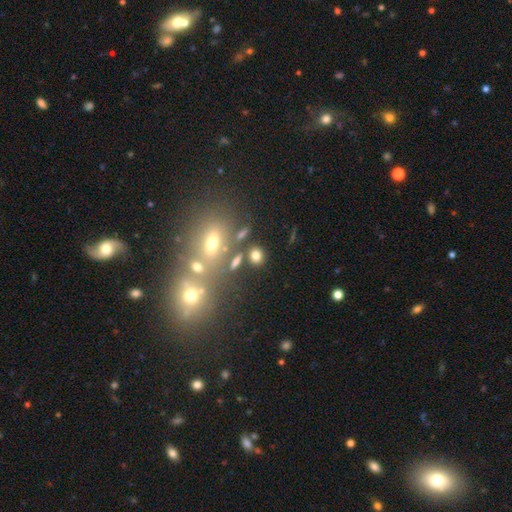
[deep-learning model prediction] smooth 74%, star or artifact 16%, featured or disk 11%. Down the decision tree: how rounded — round (54%); merging — none (72%).